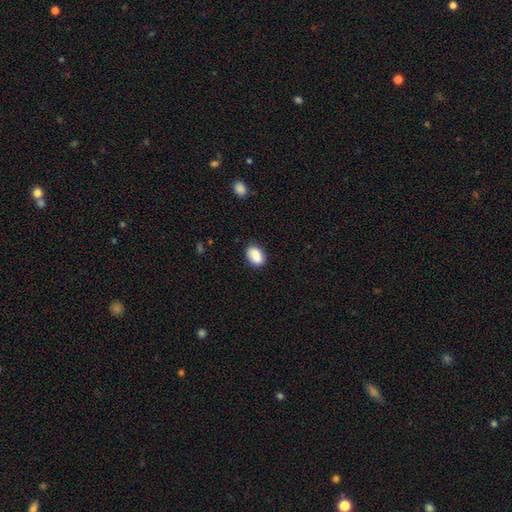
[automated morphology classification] Smooth or featured? Predicted: smooth (p=0.87). How rounded? Predicted: in between (p=0.78). Merging? Predicted: none (p=0.81).